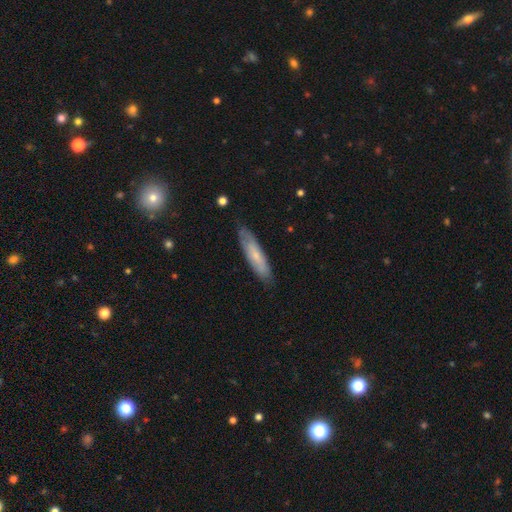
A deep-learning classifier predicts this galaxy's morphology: Smooth or featured? smooth (59%)
How rounded? cigar-shaped (75%)
Merging? none (82%)